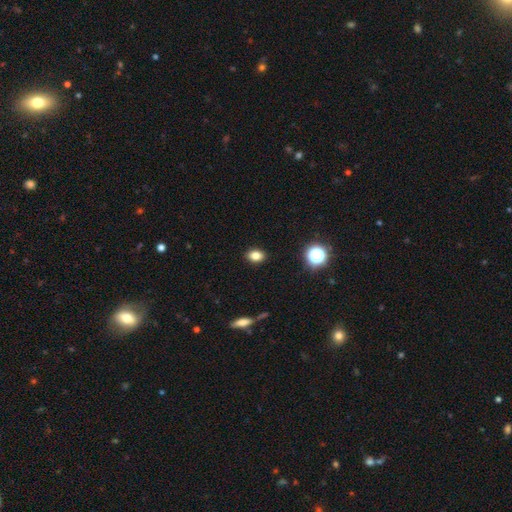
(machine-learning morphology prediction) smooth_or_featured: smooth (p=0.82) [alt: star or artifact p=0.12]
how_rounded: in between (p=0.73) [alt: round p=0.26]
merging: none (p=0.90) [alt: minor disturbance p=0.07]